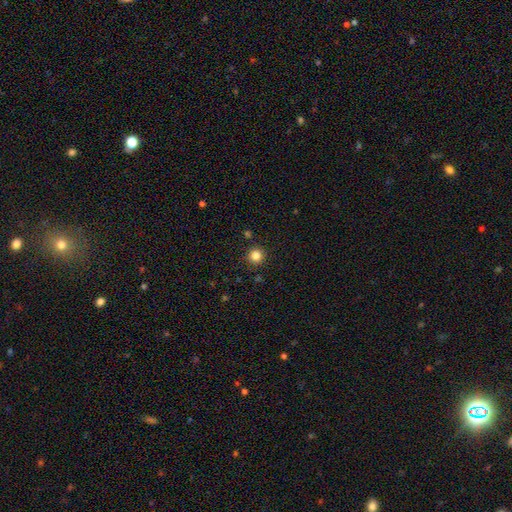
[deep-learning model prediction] This is clearly a smooth galaxy (83%). How rounded: clearly round (95%). Merging: clearly none (90%).